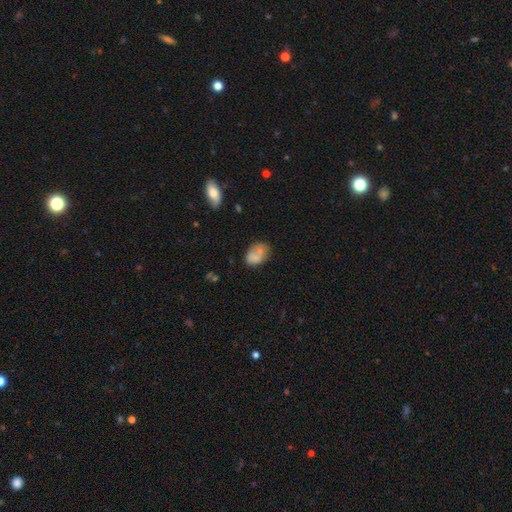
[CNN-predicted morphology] This appears to be a smooth galaxy with no disk features (71%) that is in between round and cigar-shaped (79%). Merging: none (51%).